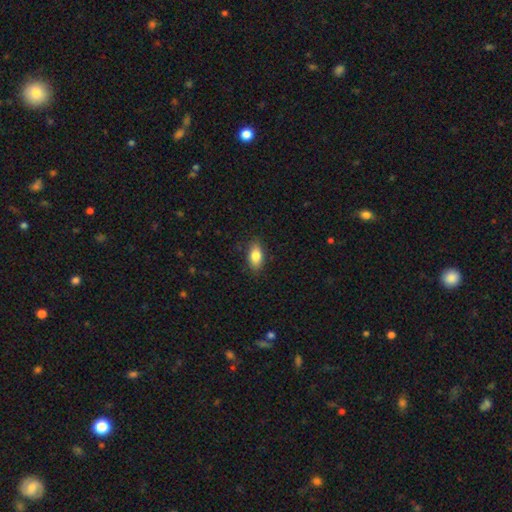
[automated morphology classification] smooth_or_featured: smooth (p=0.82) [alt: featured or disk p=0.11]
how_rounded: in between (p=0.87) [alt: cigar-shaped p=0.07]
merging: none (p=0.85) [alt: minor disturbance p=0.11]